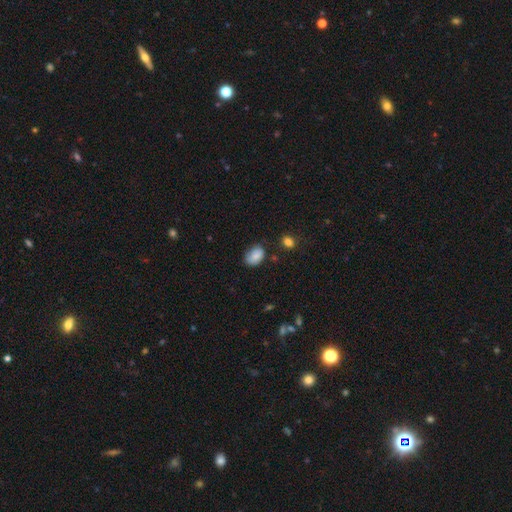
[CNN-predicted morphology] Overall: smooth (81%). How rounded: in between (80%). Merging: none (57%; minor disturbance 32%).